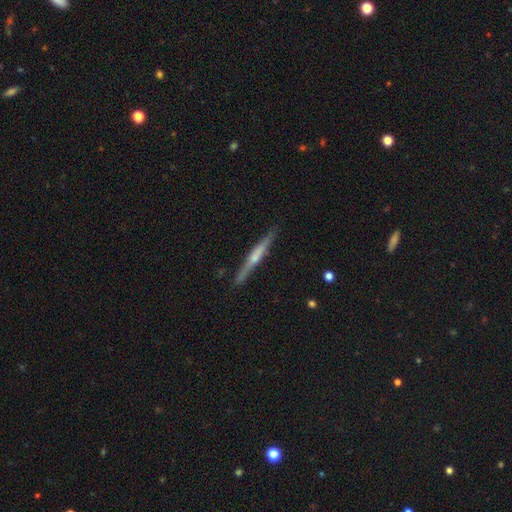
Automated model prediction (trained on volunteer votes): Morphology: type=featured or disk (66%); edge-on=yes (97%); edge-on bulge=rounded (67%); merging=none (89%).